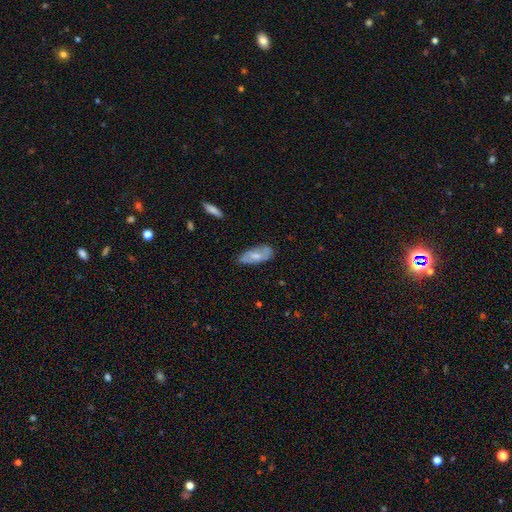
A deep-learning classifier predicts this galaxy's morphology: Smooth or featured? Predicted: smooth (p=0.56). How rounded? Predicted: in between (p=0.83). Merging? Predicted: none (p=0.68).